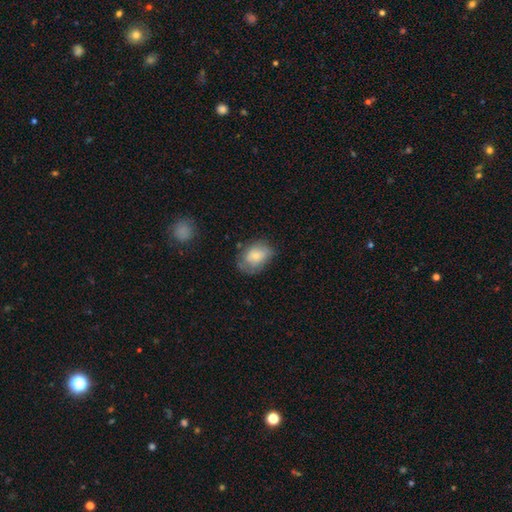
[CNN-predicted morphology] A smooth galaxy with no disk features (72%) that is in between round and cigar-shaped (69%). Merging: none (60%).